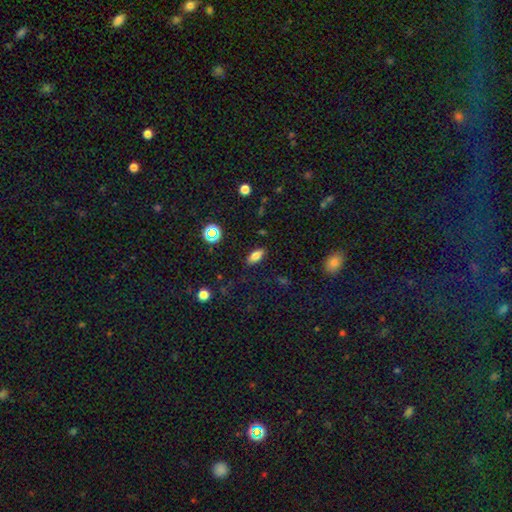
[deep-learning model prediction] smooth 79%, star or artifact 12%, featured or disk 9%. Down the decision tree: how rounded — in between (86%); merging — none (86%).